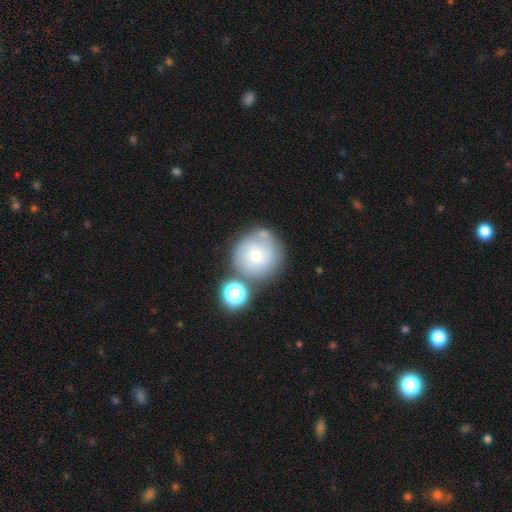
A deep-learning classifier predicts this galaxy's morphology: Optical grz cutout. It shows a smooth galaxy with no disk features (56%) that is round (92%). Merging: none (63%).